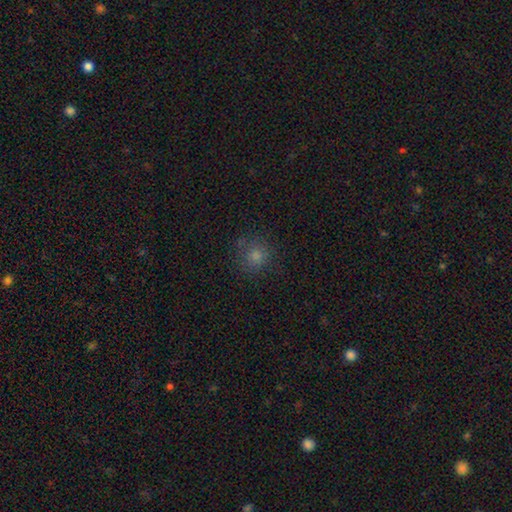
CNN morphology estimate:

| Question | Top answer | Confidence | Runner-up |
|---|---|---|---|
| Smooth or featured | smooth | 72% | star or artifact (20%) |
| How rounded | round | 92% | in between (7%) |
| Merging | none | 83% | minor disturbance (11%) |